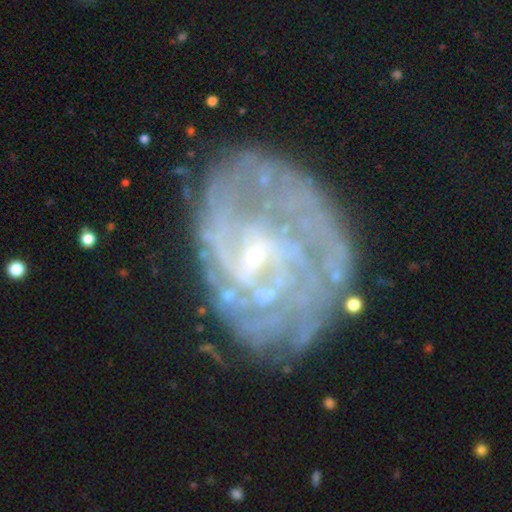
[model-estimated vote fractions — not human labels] Overall: featured or disk (81%). Edge-on disk: no (97%). Bar: no (50%; weak 40%). Spiral arms: yes (84%). Spiral arm count: can't tell (45%; 2 16%). Spiral winding: tight (58%; medium 29%). Bulge size: small (76%). Merging: none (65%).